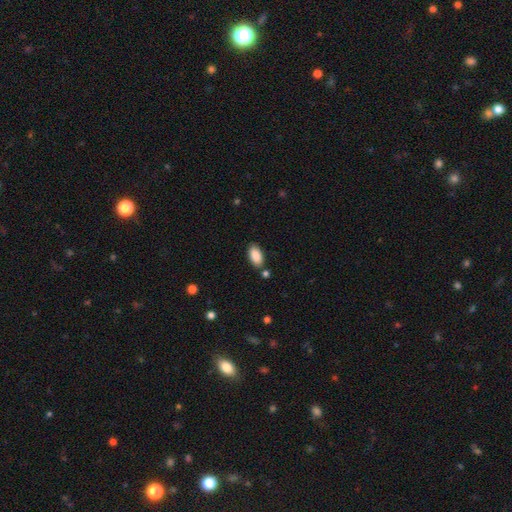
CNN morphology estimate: Smooth or featured? smooth (89%)
How rounded? in between (94%)
Merging? none (80%)